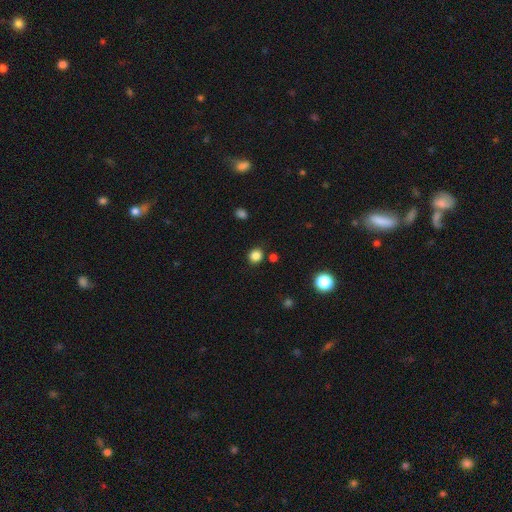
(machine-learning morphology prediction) The model was most divided on "how rounded": round: 84%, in between: 15%, cigar-shaped: 1%. More confident: merging — none (84%); smooth or featured — smooth (84%).